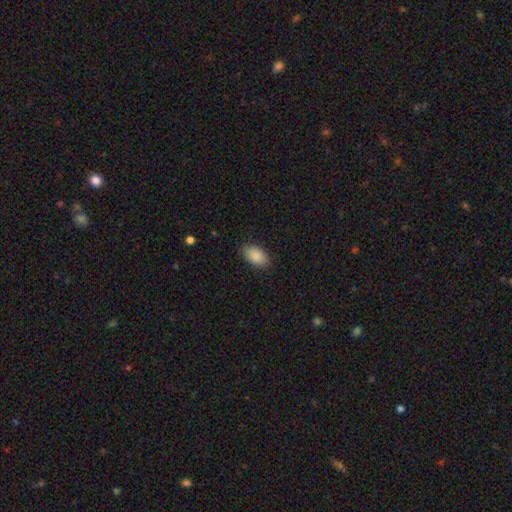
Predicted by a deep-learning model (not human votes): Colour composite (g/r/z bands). It shows a smooth galaxy with no disk features (89%) that is in between round and cigar-shaped (93%). Merging: none (86%).